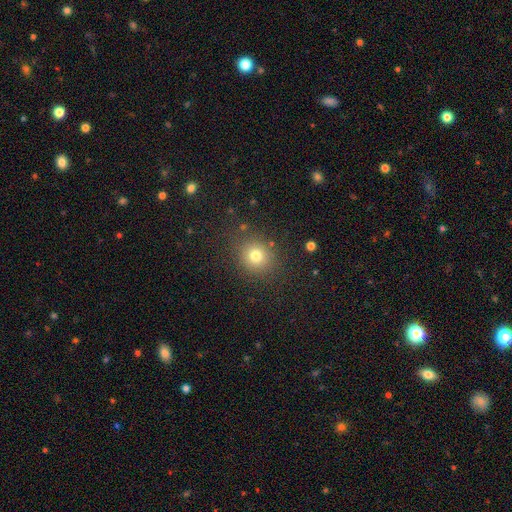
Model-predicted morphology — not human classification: A smooth galaxy with no disk features (76%) that is round (86%). Merging: none (85%).